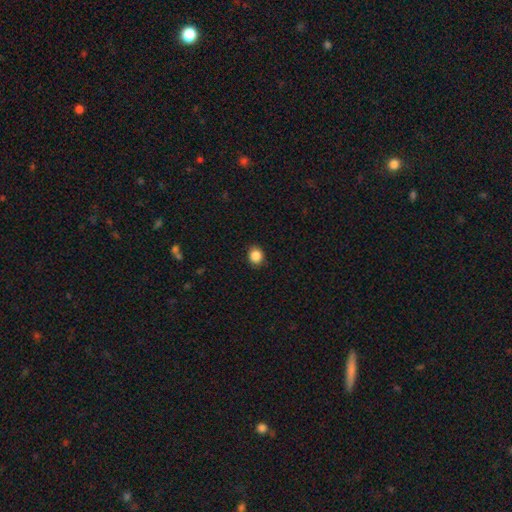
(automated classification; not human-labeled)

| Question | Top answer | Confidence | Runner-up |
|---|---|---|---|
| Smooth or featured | smooth | 86% | star or artifact (10%) |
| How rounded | round | 73% | in between (26%) |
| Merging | none | 89% | minor disturbance (8%) |